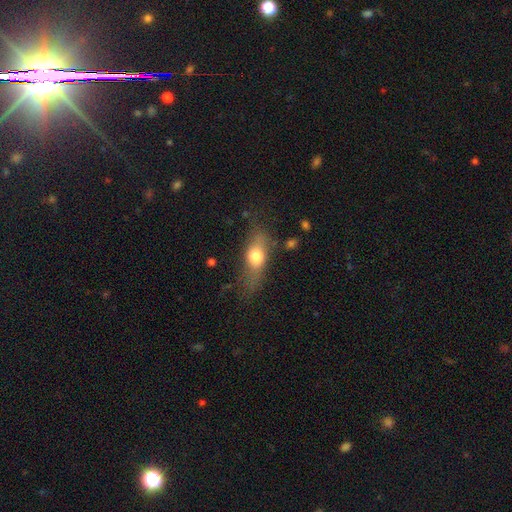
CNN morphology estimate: A smooth galaxy with no disk features (63%) that is in between round and cigar-shaped (64%). Merging: none (60%).